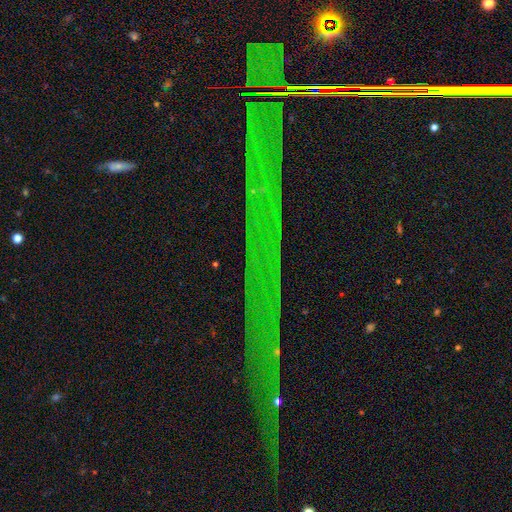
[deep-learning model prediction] Q: Smooth or featured?
A: star or artifact (84%); runner-up: featured or disk (9%)